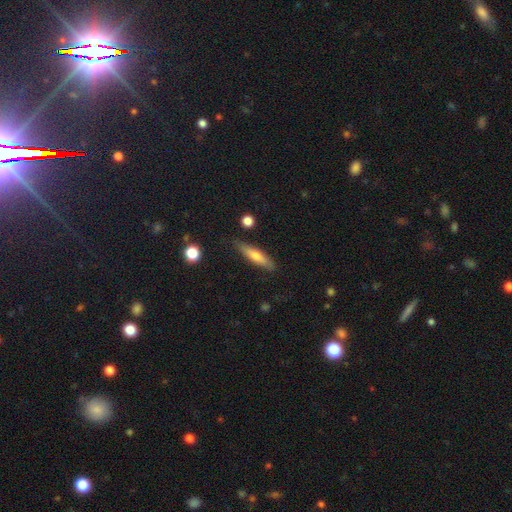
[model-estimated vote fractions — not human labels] smooth_or_featured: smooth (p=0.57) [alt: featured or disk p=0.36]
how_rounded: cigar-shaped (p=0.79) [alt: in between p=0.19]
merging: none (p=0.81) [alt: minor disturbance p=0.14]